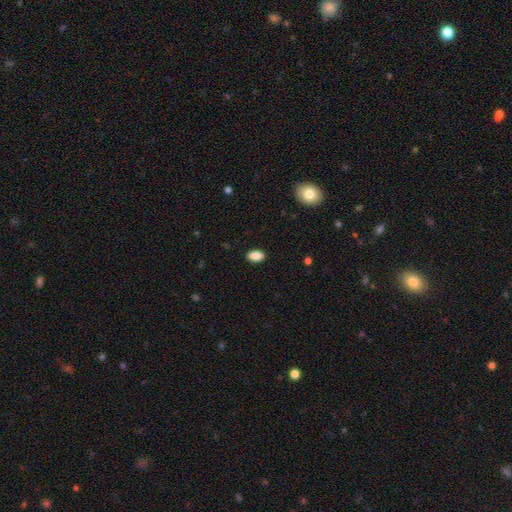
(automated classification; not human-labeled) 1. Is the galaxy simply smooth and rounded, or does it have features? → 88% smooth, 8% star or artifact, 5% featured or disk.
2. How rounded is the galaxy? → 91% in between, 6% round, 3% cigar-shaped.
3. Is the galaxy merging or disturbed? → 88% none, 9% minor disturbance, 2% major disturbance, 1% merger.